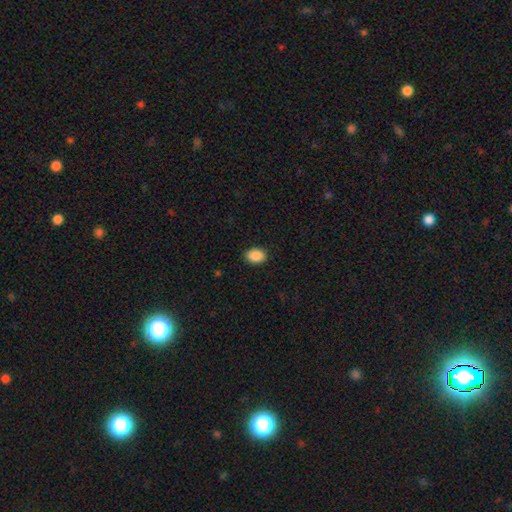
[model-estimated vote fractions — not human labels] This appears to be a smooth galaxy with no disk features (89%) that is in between round and cigar-shaped (67%). Merging: none (89%).